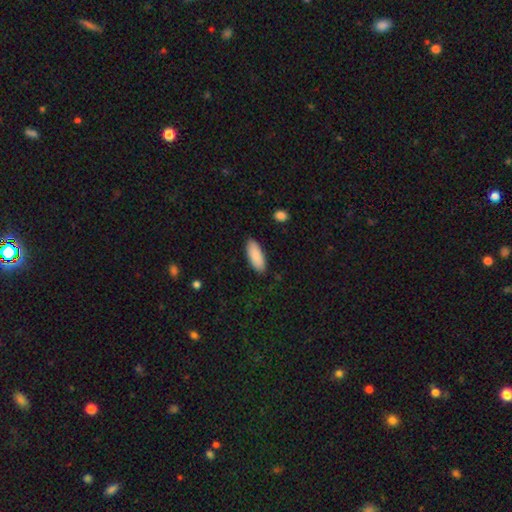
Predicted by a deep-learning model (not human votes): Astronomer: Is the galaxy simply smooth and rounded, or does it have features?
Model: smooth — 90%.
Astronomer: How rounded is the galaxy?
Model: in between — 78%.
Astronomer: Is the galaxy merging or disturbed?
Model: none — 88%.